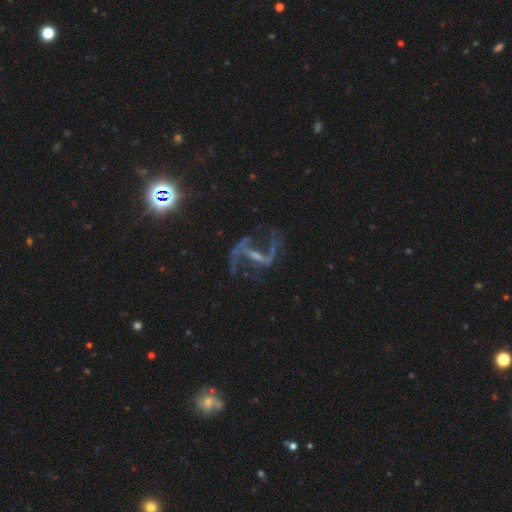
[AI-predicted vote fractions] Smooth or featured?
  - featured or disk: 84% *
  - star or artifact: 11%
  - smooth: 5%
Edge-on disk?
  - no: 94% *
  - yes: 6%
Bar?
  - strong: 55% *
  - weak: 33%
  - no: 12%
Spiral arms?
  - yes: 92% *
  - no: 8%
Spiral winding?
  - loose: 74% *
  - medium: 21%
  - tight: 5%
Spiral arm count?
  - 2: 90% *
  - can't tell: 3%
  - 1: 3%
  - 3: 1%
  - 4: 1%
  - more than 4: 1%
Bulge size?
  - small: 43% *
  - none: 33%
  - moderate: 20%
  - large: 3%
  - dominant: 1%
Merging?
  - none: 61% *
  - major disturbance: 21%
  - minor disturbance: 14%
  - merger: 4%